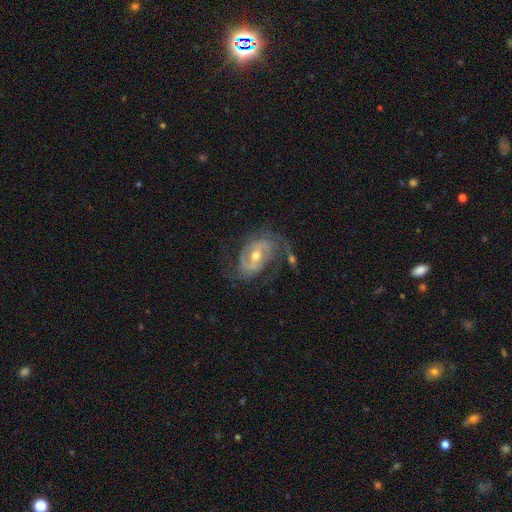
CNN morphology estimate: A featured or disk galaxy (86%) with a weak bar (42%), 2 (68%) medium (45%) spiral arms (92%) and a moderate central bulge (65%). Merging: none (57%).